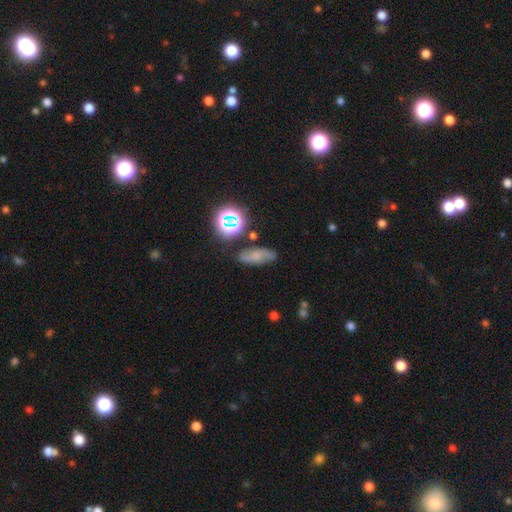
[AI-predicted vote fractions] Smooth or featured: smooth — 43% (featured or disk — 36%)
Merging: none — 69% (minor disturbance — 20%)